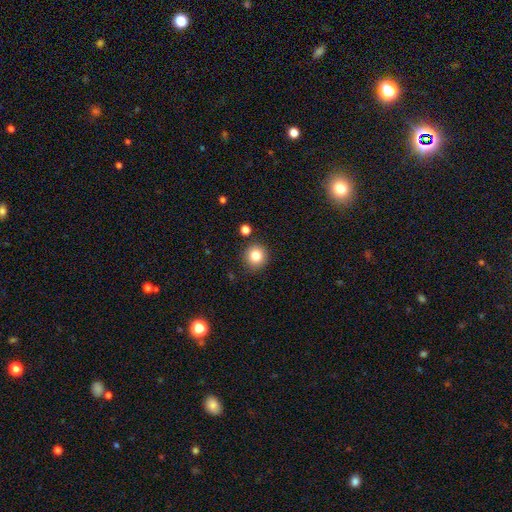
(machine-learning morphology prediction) This appears to be a smooth galaxy with no disk features (83%) that is round (92%). Merging: none (88%).